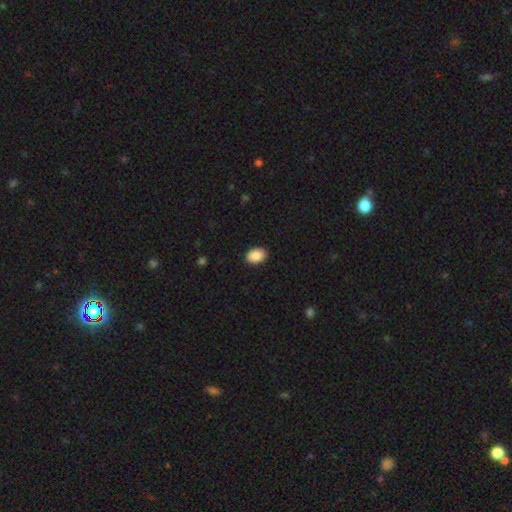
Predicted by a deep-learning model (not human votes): Morphology: type=smooth (89%); roundness=in between (83%); merging=none (91%).